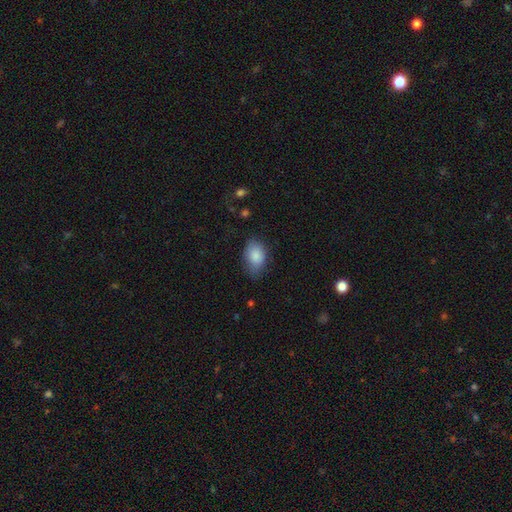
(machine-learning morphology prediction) A smooth galaxy with no disk features (86%) that is in between round and cigar-shaped (86%).

Vote fractions:
- Smooth or featured? smooth: 86% / star or artifact: 7% / featured or disk: 7%
- How rounded? in between: 86% / round: 12% / cigar-shaped: 1%
- Merging? none: 66% / minor disturbance: 26% / major disturbance: 6% / merger: 1%